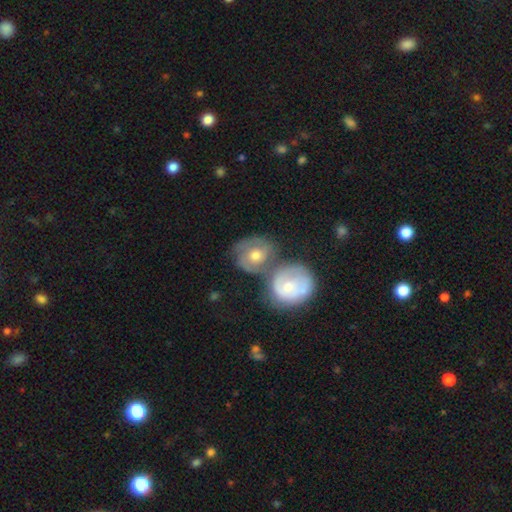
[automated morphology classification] This is likely a featured or disk galaxy (62%). It is clearly not viewed edge-on (97%). Bar: likely no (72%). Spiral arm pattern: clearly yes (82%). Central bulge: likely moderate (70%). Merging: marginally none (40%).